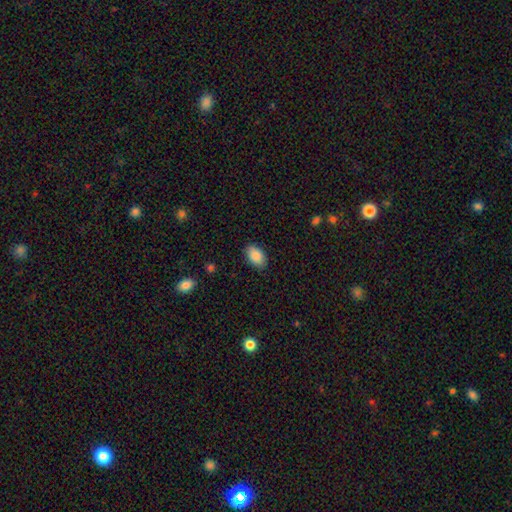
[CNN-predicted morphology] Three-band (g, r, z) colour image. It shows a smooth galaxy with no disk features (88%) that is in between round and cigar-shaped (93%). Merging: none (87%).